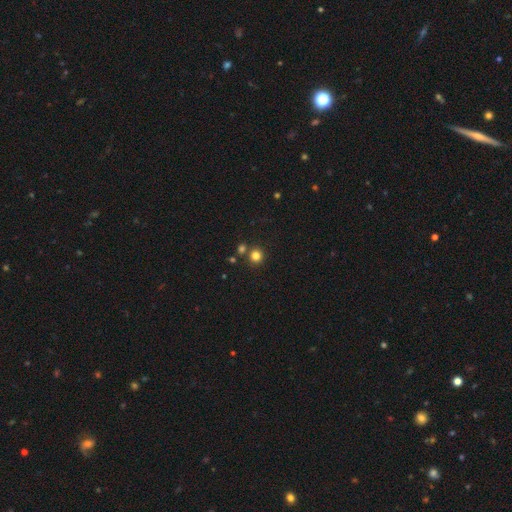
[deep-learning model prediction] Smooth or featured? smooth (80%)
How rounded? round (92%)
Merging? none (77%)